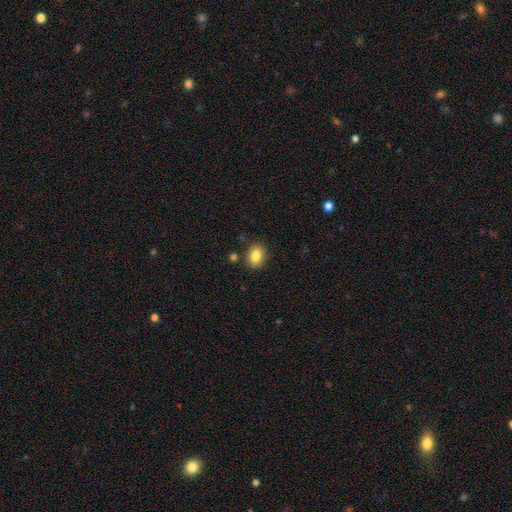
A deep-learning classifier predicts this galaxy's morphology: Smooth or featured: smooth — 84% (star or artifact — 9%)
How rounded: in between — 70% (round — 29%)
Merging: none — 84% (minor disturbance — 10%)